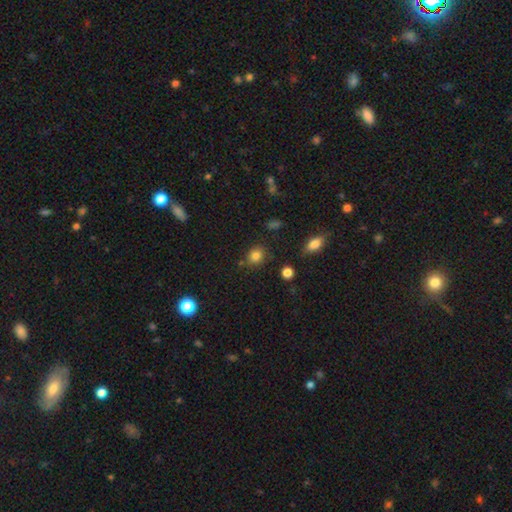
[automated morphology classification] Smooth or featured? Predicted: smooth (p=0.82). How rounded? Predicted: round (p=0.64). Merging? Predicted: none (p=0.79).